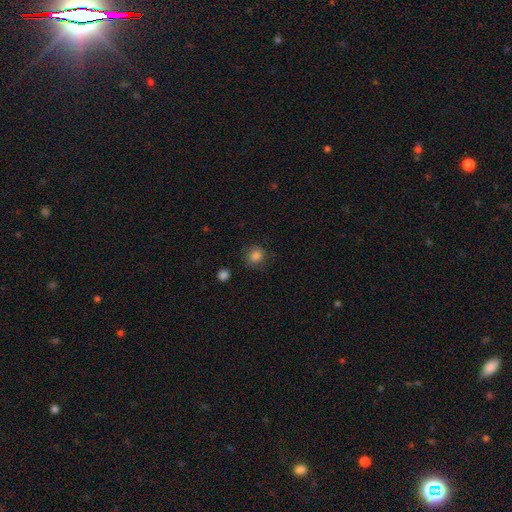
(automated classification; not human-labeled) This appears to be a smooth galaxy with no disk features (84%) that is round (86%). Merging: none (82%).